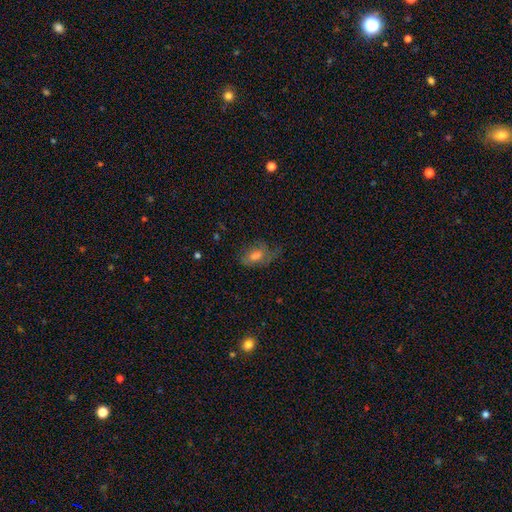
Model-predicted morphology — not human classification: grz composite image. It shows a smooth galaxy with no disk features (53%) that is in between round and cigar-shaped (83%). Merging: none (57%).